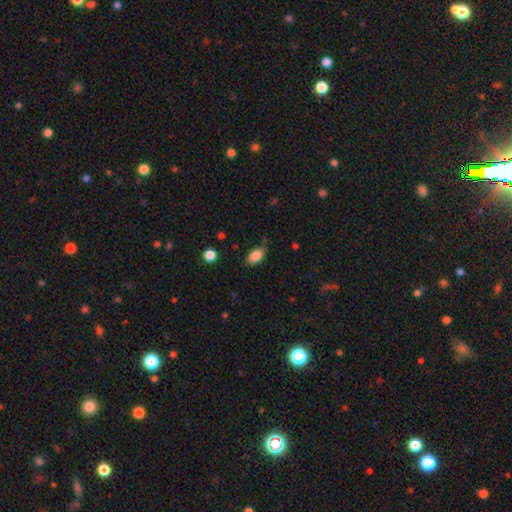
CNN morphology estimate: smooth-or-featured: smooth: 85% | star or artifact: 8% | featured or disk: 7%
  how-rounded: in between: 89% | round: 9% | cigar-shaped: 3%
  merging: none: 69% | minor disturbance: 24% | major disturbance: 5% | merger: 2%